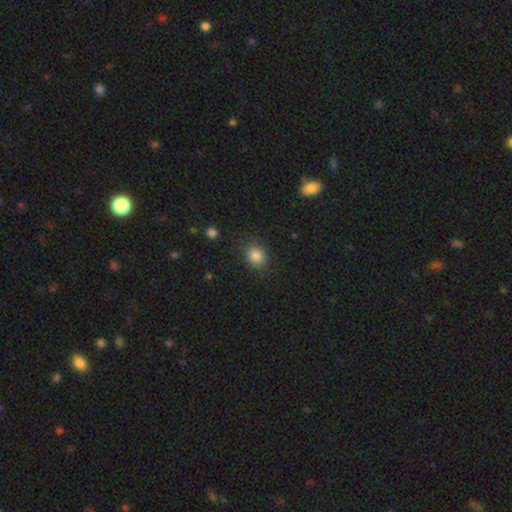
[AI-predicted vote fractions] Overall: smooth (85%). How rounded: round (65%; in between 34%). Merging: none (83%).